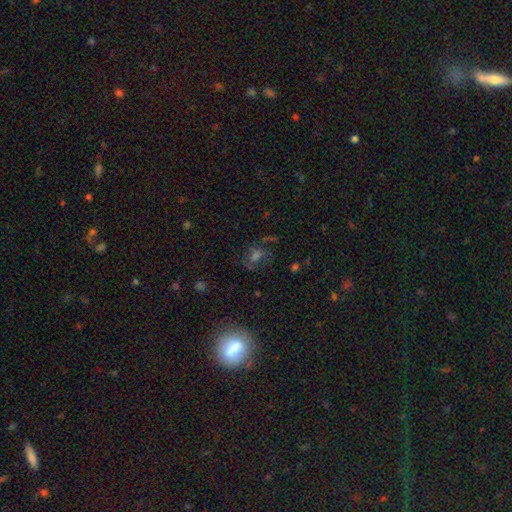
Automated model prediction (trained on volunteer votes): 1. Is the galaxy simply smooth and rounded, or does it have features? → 41% smooth, 36% star or artifact, 23% featured or disk.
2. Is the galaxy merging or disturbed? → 67% none, 17% minor disturbance, 12% major disturbance, 4% merger.